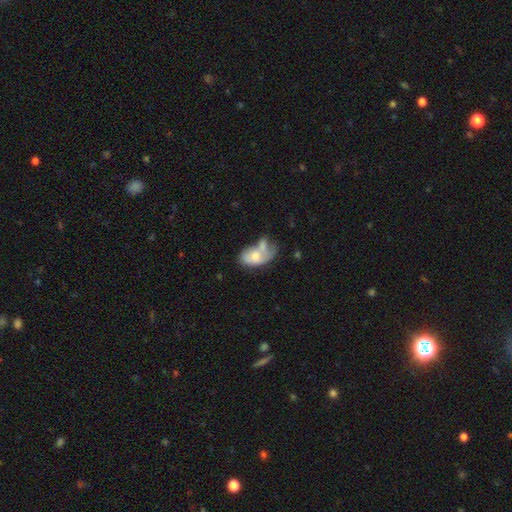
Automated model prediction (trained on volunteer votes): Q: Smooth or featured?
A: smooth (59%); runner-up: featured or disk (34%)
Q: How rounded?
A: in between (90%); runner-up: round (8%)
Q: Merging?
A: merger (46%); runner-up: major disturbance (20%)